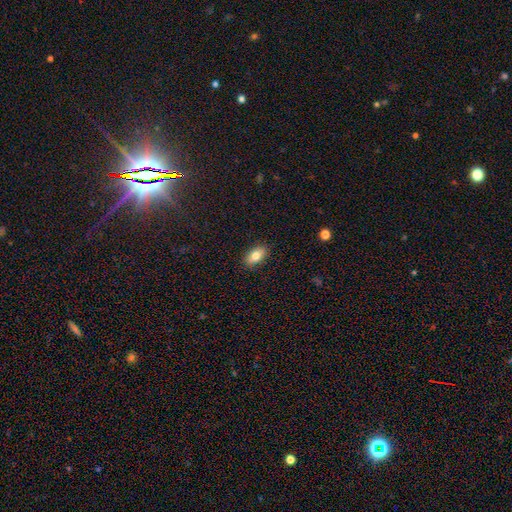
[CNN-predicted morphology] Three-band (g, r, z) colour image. It shows a smooth galaxy with no disk features (80%) that is in between round and cigar-shaped (91%). Merging: none (89%).